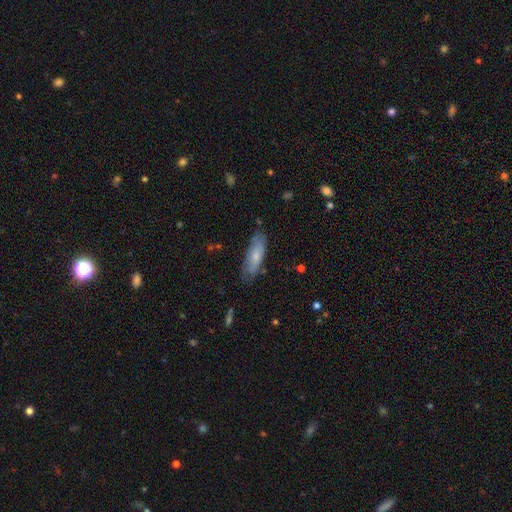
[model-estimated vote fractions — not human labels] Smooth or featured?
  - smooth: 67% *
  - featured or disk: 26%
  - star or artifact: 6%
How rounded?
  - in between: 51% *
  - cigar-shaped: 48%
  - round: 2%
Merging?
  - none: 73% *
  - minor disturbance: 21%
  - major disturbance: 4%
  - merger: 2%